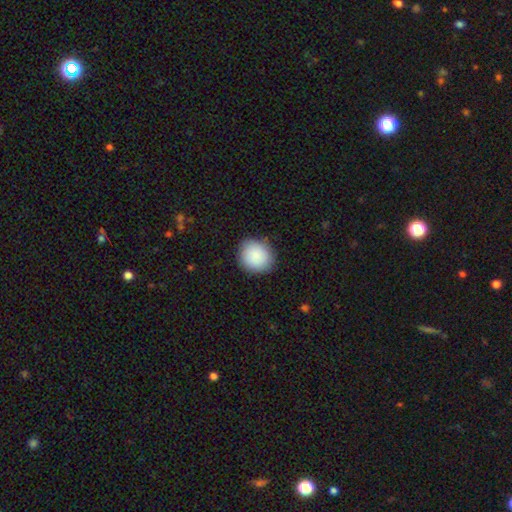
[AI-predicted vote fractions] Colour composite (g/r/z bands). It shows a smooth galaxy with no disk features (88%) that is round (80%). Merging: none (86%).